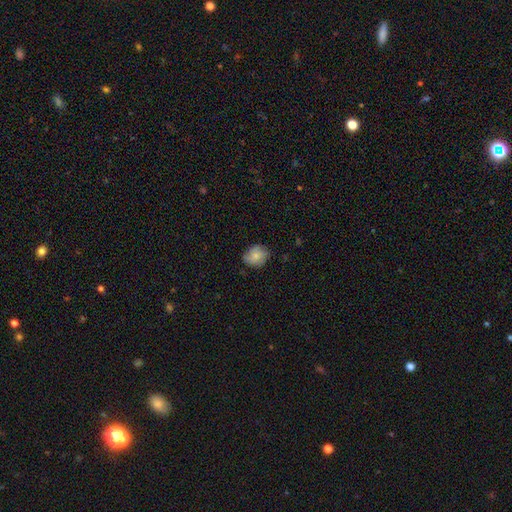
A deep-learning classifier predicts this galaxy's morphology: This appears to be a smooth galaxy with no disk features (76%) that is round (64%). Merging: none (66%).